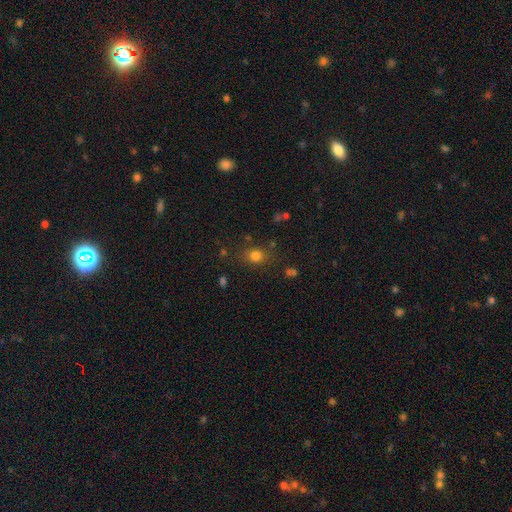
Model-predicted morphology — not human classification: The model was most divided on "how rounded": round: 64%, in between: 35%, cigar-shaped: 1%. More confident: merging — none (77%); smooth or featured — smooth (76%).